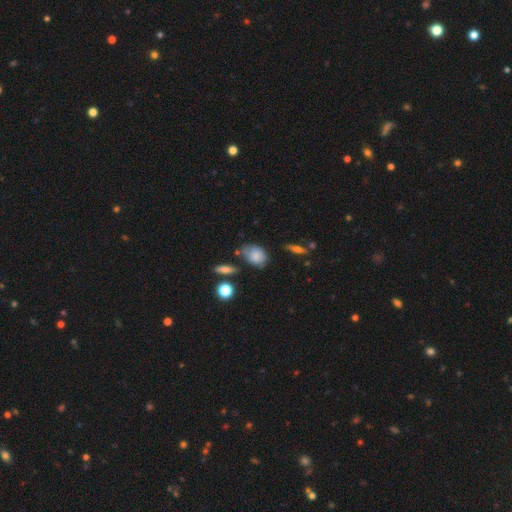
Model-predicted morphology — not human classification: A smooth galaxy with no disk features (79%) that is in between round and cigar-shaped (68%).

Vote fractions:
- Smooth or featured? smooth: 79% / featured or disk: 12% / star or artifact: 9%
- How rounded? in between: 68% / round: 30% / cigar-shaped: 2%
- Merging? none: 51% / minor disturbance: 33% / major disturbance: 9% / merger: 7%